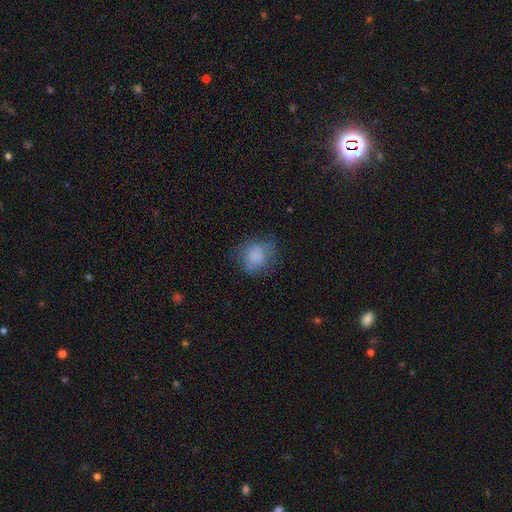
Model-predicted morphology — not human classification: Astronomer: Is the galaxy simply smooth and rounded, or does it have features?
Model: smooth — 76%.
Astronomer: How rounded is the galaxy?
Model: round — 69%.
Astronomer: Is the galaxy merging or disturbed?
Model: none — 59%.